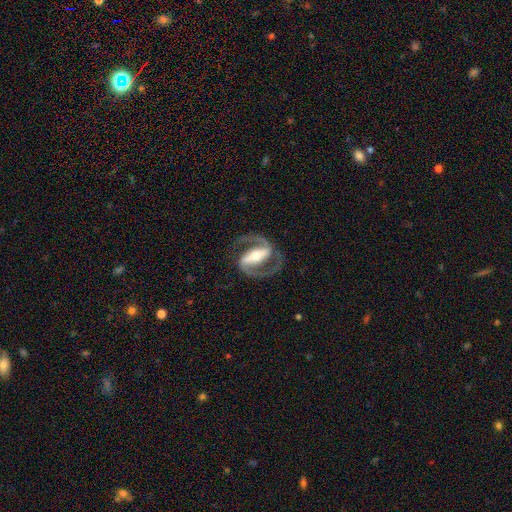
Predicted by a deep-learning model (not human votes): This appears to be a featured or disk galaxy (93%) with a strong bar (76%), 2 (94%) medium (60%) spiral arms (97%) and a moderate central bulge (57%). Merging: none (83%).